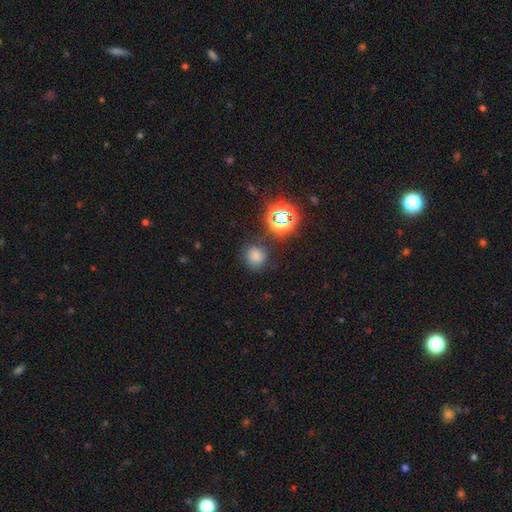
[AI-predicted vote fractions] This appears to be a smooth galaxy with no disk features (71%) that is round (86%). Merging: none (80%).